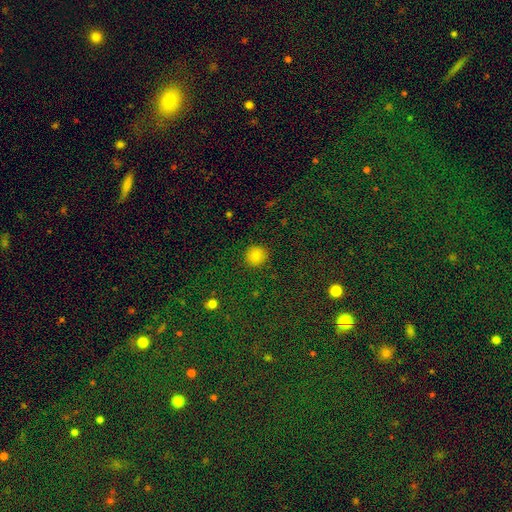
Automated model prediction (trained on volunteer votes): Smooth or featured? Predicted: smooth (p=0.81). How rounded? Predicted: round (p=0.92). Merging? Predicted: none (p=0.90).